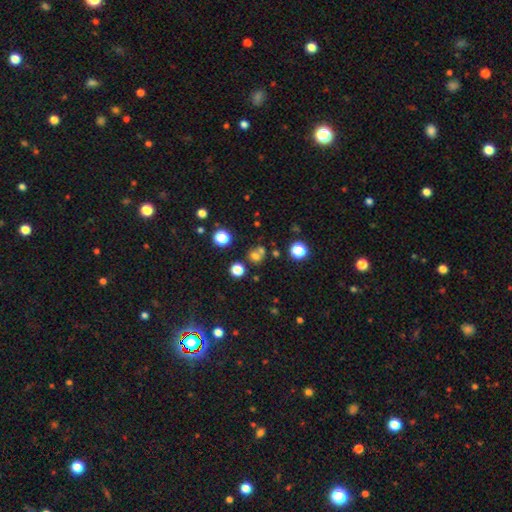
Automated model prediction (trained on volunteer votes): Overall: smooth (64%; star or artifact 25%). How rounded: round (84%). Merging: none (57%; merger 30%).